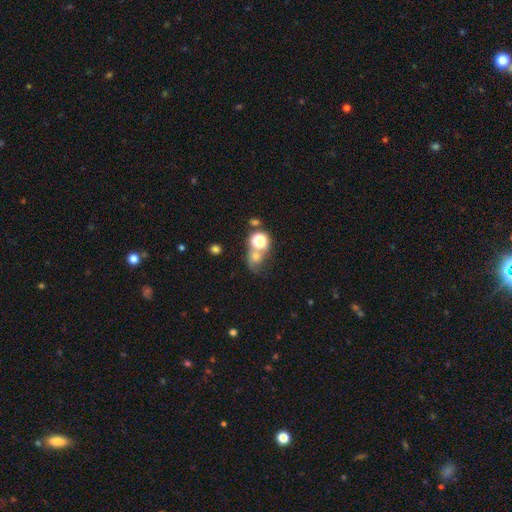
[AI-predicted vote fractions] A smooth galaxy with no disk features (52%) that is round (67%). Merging: merger (36%).